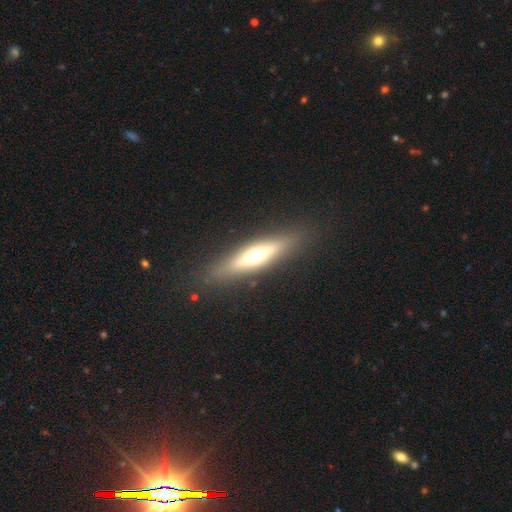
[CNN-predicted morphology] smooth_or_featured: featured or disk (p=0.59) [alt: smooth p=0.33]
disk_edge_on: yes (p=0.90) [alt: no p=0.10]
edge_on_bulge: rounded (p=0.92) [alt: boxy p=0.04]
merging: none (p=0.86) [alt: minor disturbance p=0.09]